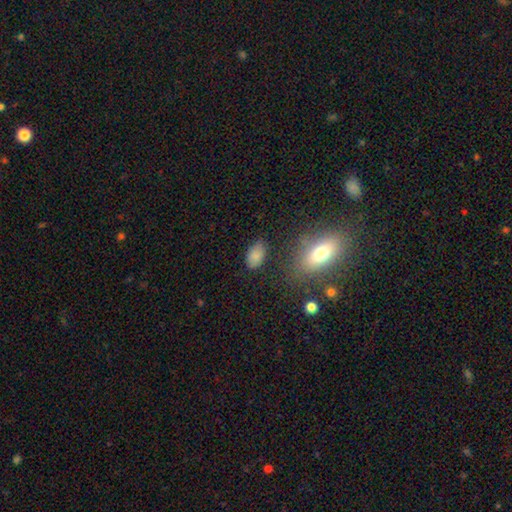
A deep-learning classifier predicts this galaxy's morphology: type=smooth (84%); roundness=in between (92%); merging=none (75%).